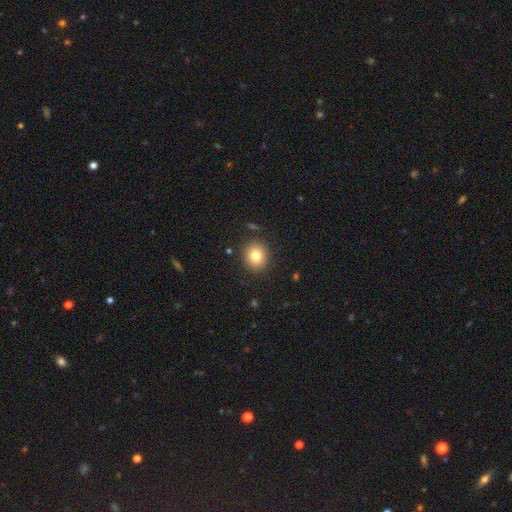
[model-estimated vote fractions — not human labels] Morphology: type=smooth (80%); roundness=round (83%); merging=none (88%).